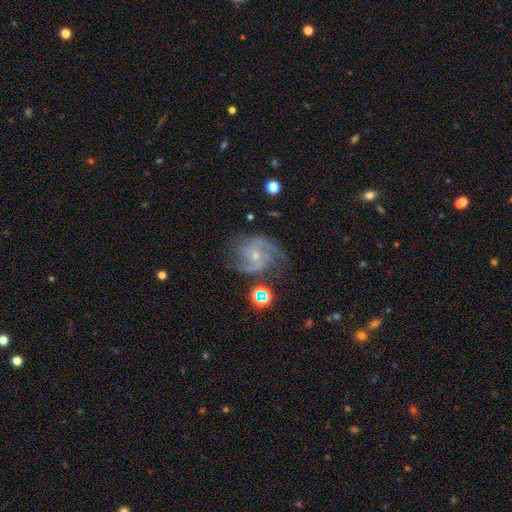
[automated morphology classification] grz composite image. It shows a featured or disk galaxy (83%) with no bar (64%), 2 (46%) medium (51%) spiral arms (96%) and a small central bulge (74%). Merging: none (61%).